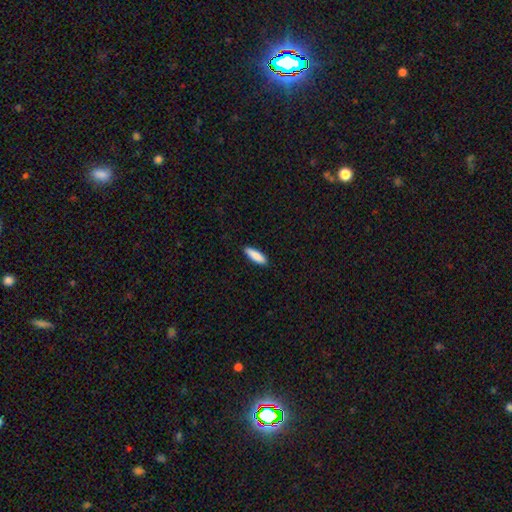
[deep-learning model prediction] This is clearly a smooth galaxy (88%). How rounded: possibly cigar-shaped (51%). Merging: clearly none (90%).